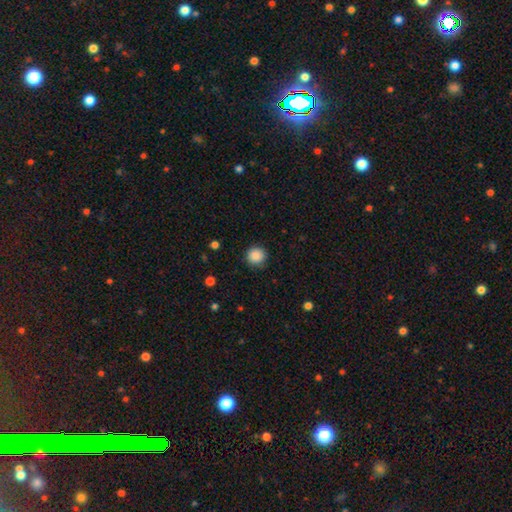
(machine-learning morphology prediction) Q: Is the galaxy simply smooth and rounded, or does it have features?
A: smooth — 88%.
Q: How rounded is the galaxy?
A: round — 95%.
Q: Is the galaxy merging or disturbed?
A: none — 87%.